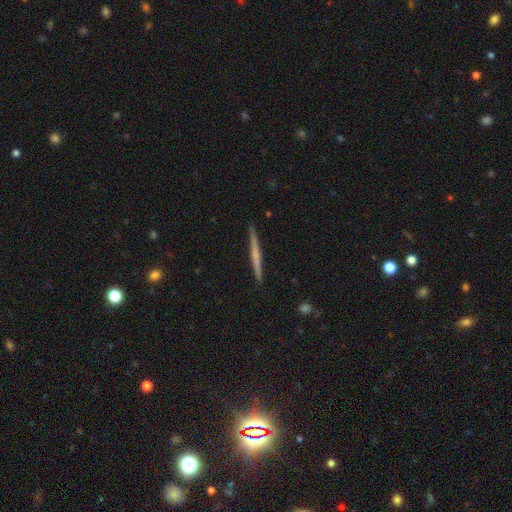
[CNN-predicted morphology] Smooth or featured: featured or disk — 55% (smooth — 39%)
Edge-on disk: yes — 98% (no — 2%)
Edge-on bulge: none — 73% (rounded — 20%)
Merging: none — 92% (minor disturbance — 6%)